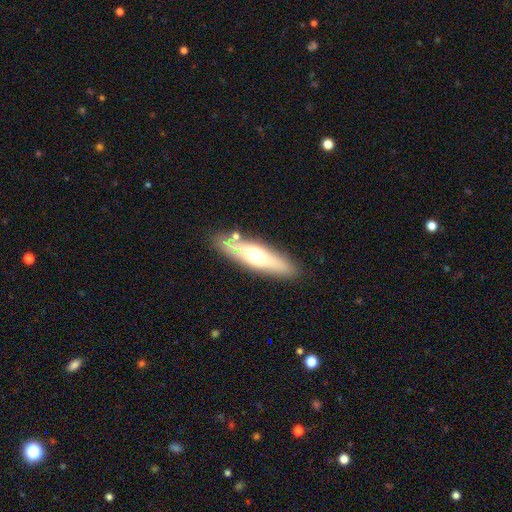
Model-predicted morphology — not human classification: This is possibly a featured or disk galaxy (47%). Merging: clearly none (81%).